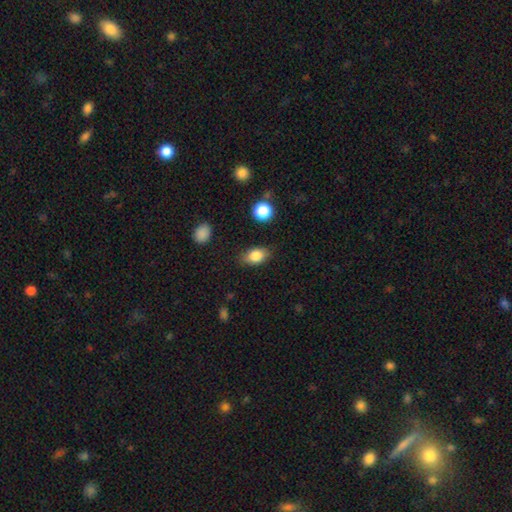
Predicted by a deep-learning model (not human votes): smooth-or-featured: smooth: 83% | featured or disk: 9% | star or artifact: 8%
  how-rounded: in between: 84% | round: 13% | cigar-shaped: 2%
  merging: none: 82% | minor disturbance: 13% | major disturbance: 3% | merger: 2%